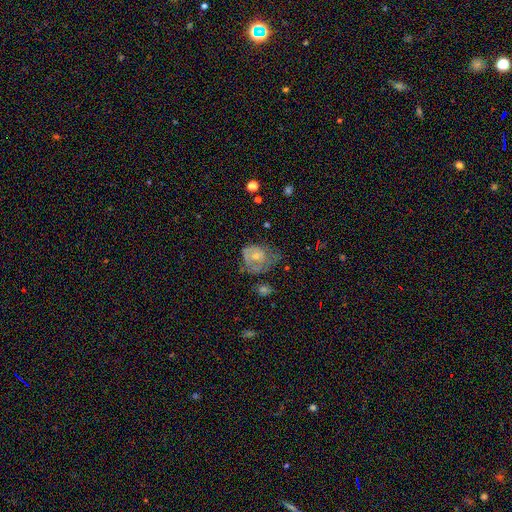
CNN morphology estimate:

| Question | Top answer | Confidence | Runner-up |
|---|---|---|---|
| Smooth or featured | featured or disk | 50% | smooth (42%) |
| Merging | major disturbance | 35% | minor disturbance (31%) |